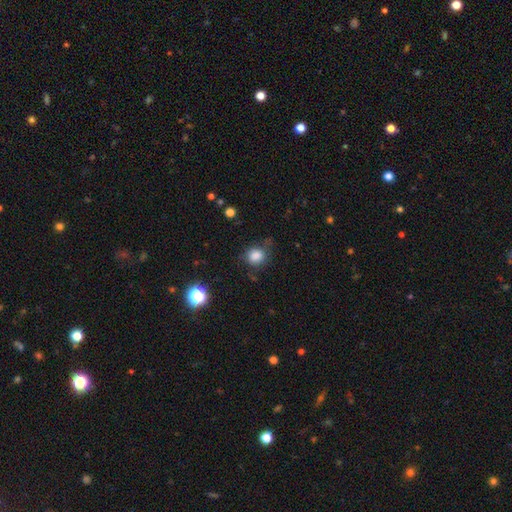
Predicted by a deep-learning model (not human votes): Smooth or featured? smooth (83%)
How rounded? round (76%)
Merging? none (70%)